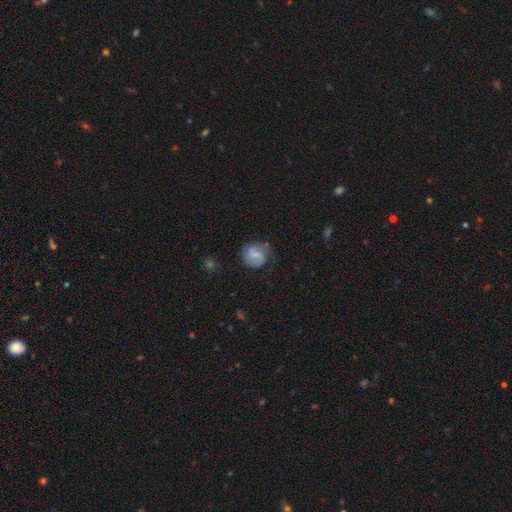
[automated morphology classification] Overall: featured or disk (51%; smooth 41%). Edge-on disk: no (98%). Bar: weak (53%; no 33%). Spiral arms: yes (84%). Bulge size: small (49%; none 25%). Merging: none (67%).